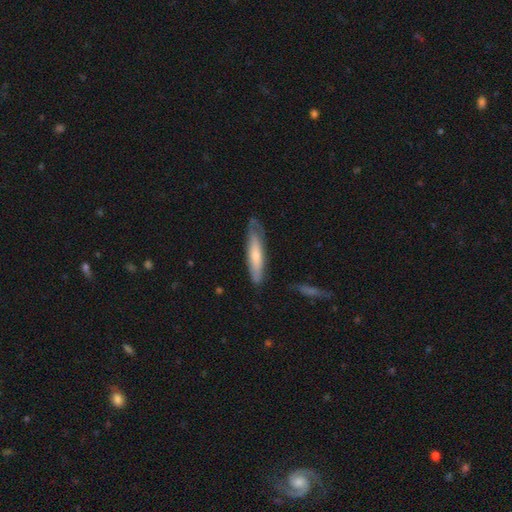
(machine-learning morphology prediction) A smooth galaxy with no disk features (60%) that is cigar-shaped (83%). Merging: none (72%).